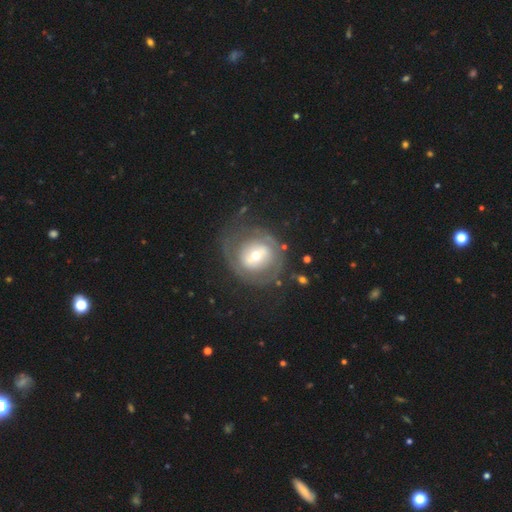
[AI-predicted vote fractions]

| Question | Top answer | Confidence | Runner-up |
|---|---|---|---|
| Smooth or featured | featured or disk | 64% | smooth (29%) |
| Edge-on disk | no | 96% | yes (4%) |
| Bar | no | 50% | weak (32%) |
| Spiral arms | no | 51% | yes (49%) |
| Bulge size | moderate | 45% | tied: small (45%) |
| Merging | none | 59% | major disturbance (20%) |